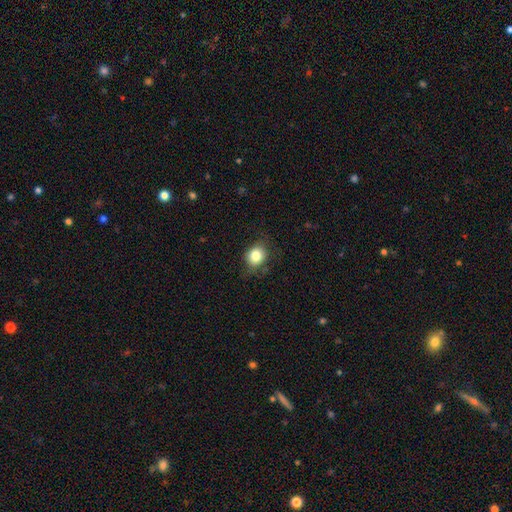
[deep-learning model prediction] Morphology: type=smooth (83%); roundness=round (61%); merging=none (76%).